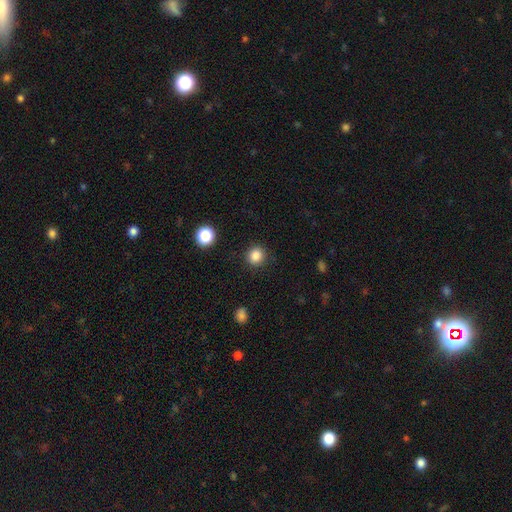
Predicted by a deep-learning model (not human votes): Overall: smooth (84%). How rounded: round (90%). Merging: none (91%).